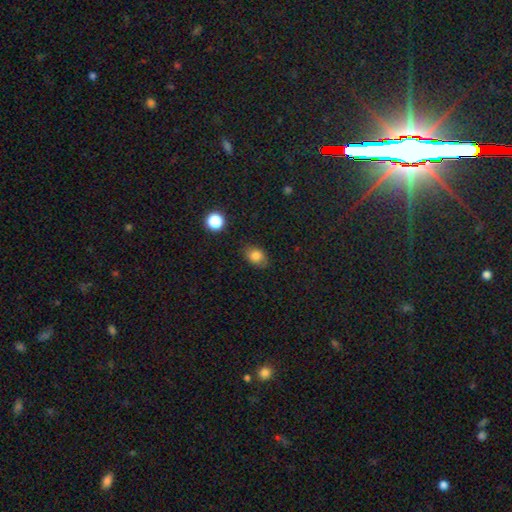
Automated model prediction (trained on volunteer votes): Smooth or featured?
  - smooth: 81% *
  - star or artifact: 11%
  - featured or disk: 8%
How rounded?
  - in between: 67% *
  - round: 32%
  - cigar-shaped: 1%
Merging?
  - none: 80% *
  - minor disturbance: 15%
  - major disturbance: 3%
  - merger: 1%